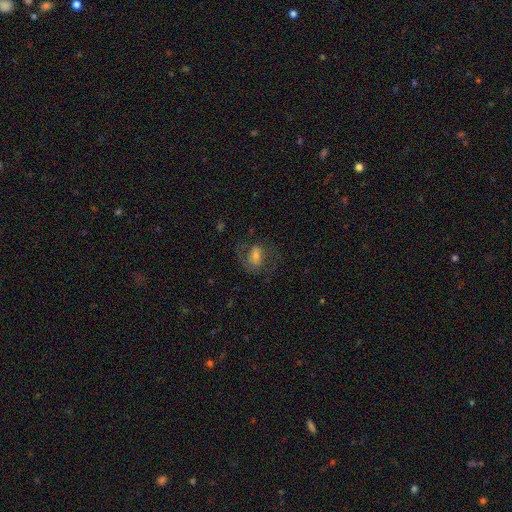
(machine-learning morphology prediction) featured or disk 55%, smooth 34%, star or artifact 11%. Down the decision tree: edge-on disk — no (96%); bar — weak (42%); spiral arms — yes (80%); bulge size — moderate (45%); merging — none (63%).